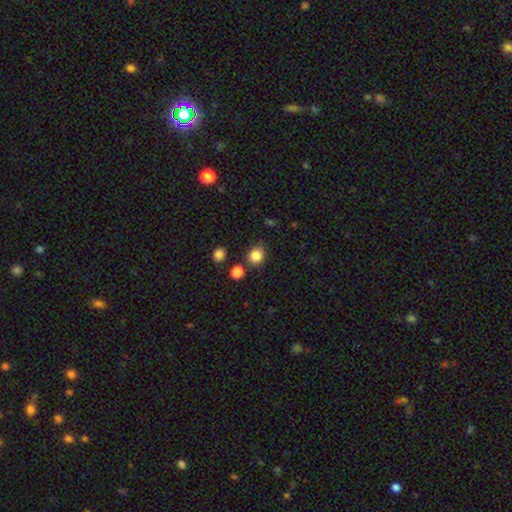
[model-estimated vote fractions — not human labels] Smooth or featured: smooth — 85% (star or artifact — 11%)
How rounded: round — 71% (in between — 28%)
Merging: none — 78% (minor disturbance — 11%)